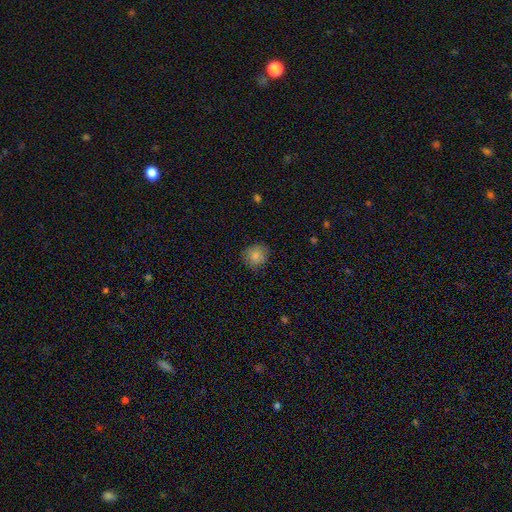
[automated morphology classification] type=smooth (80%); roundness=round (81%); merging=none (81%).